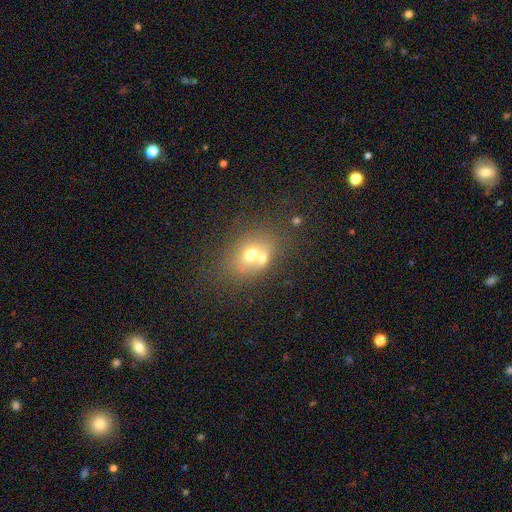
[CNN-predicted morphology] Smooth or featured? smooth (59%)
How rounded? in between (55%)
Merging? merger (48%)